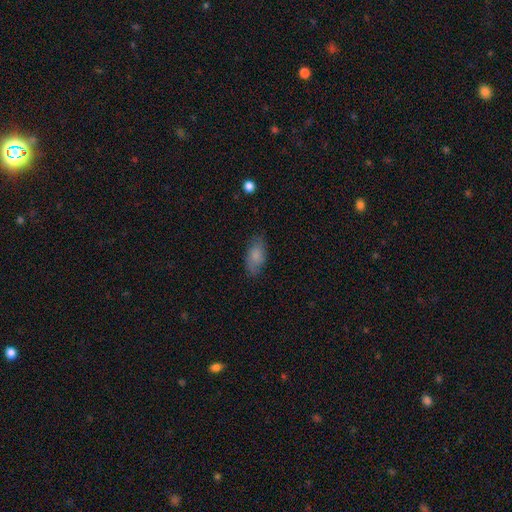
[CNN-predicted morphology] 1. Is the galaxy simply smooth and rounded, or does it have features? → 78% smooth, 14% featured or disk, 7% star or artifact.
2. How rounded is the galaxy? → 89% in between, 7% cigar-shaped, 3% round.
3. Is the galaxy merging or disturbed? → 75% none, 19% minor disturbance, 5% major disturbance, 1% merger.